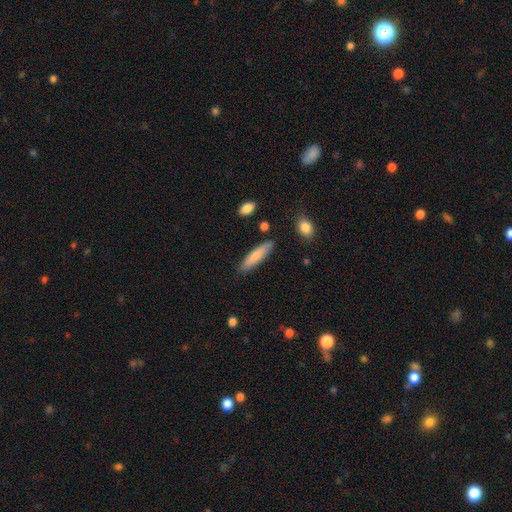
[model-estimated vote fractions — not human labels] Smooth or featured? Predicted: smooth (p=0.76). How rounded? Predicted: cigar-shaped (p=0.80). Merging? Predicted: none (p=0.85).